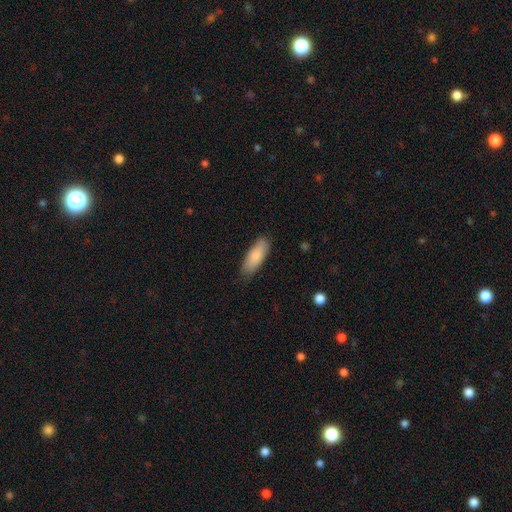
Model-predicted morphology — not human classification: This is clearly a smooth galaxy (86%). How rounded: likely in between (66%). Merging: clearly none (81%).